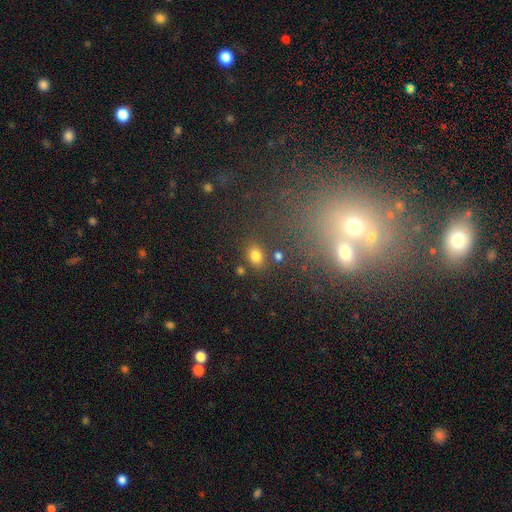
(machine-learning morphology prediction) Smooth or featured? smooth (78%)
How rounded? in between (64%)
Merging? none (78%)